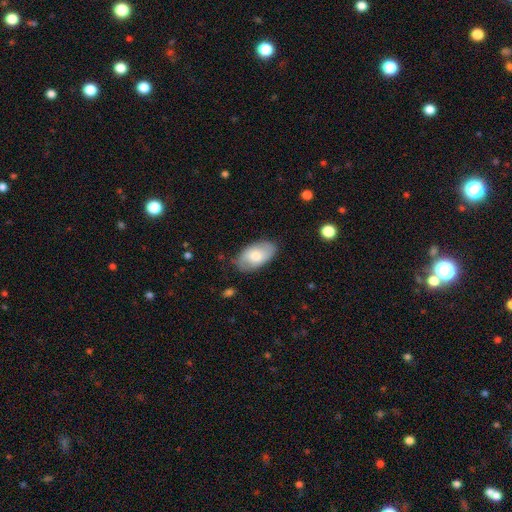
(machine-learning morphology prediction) The model was most divided on "smooth or featured": smooth: 64%, featured or disk: 29%, star or artifact: 6%. More confident: how rounded — in between (94%); merging — none (77%).